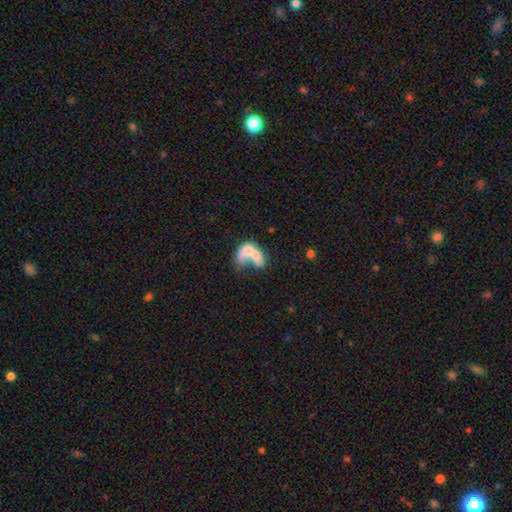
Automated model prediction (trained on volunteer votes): Overall: smooth (59%; featured or disk 33%). How rounded: in between (82%). Merging: merger (66%).